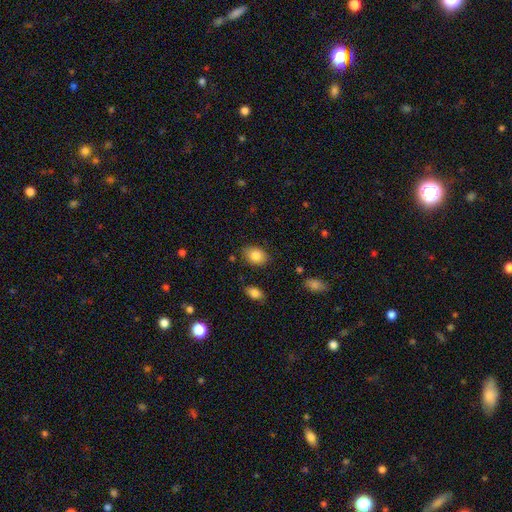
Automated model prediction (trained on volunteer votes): Smooth or featured?
  - smooth: 85% *
  - star or artifact: 8%
  - featured or disk: 7%
How rounded?
  - in between: 72% *
  - round: 26%
  - cigar-shaped: 1%
Merging?
  - none: 82% *
  - minor disturbance: 13%
  - major disturbance: 3%
  - merger: 2%